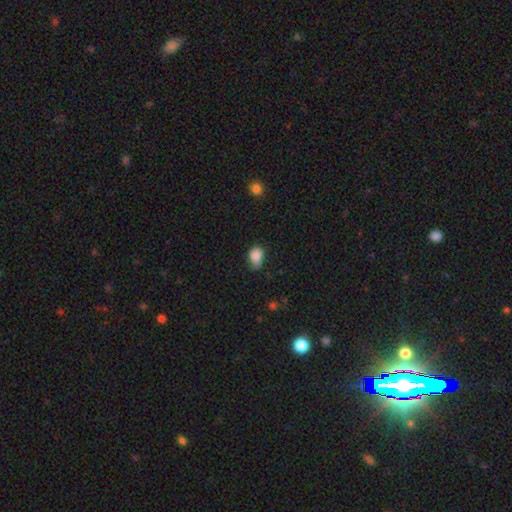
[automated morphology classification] smooth-or-featured: smooth: 85% | star or artifact: 9% | featured or disk: 6%
  how-rounded: in between: 71% | round: 28% | cigar-shaped: 1%
  merging: none: 45% | minor disturbance: 43% | major disturbance: 10% | merger: 2%